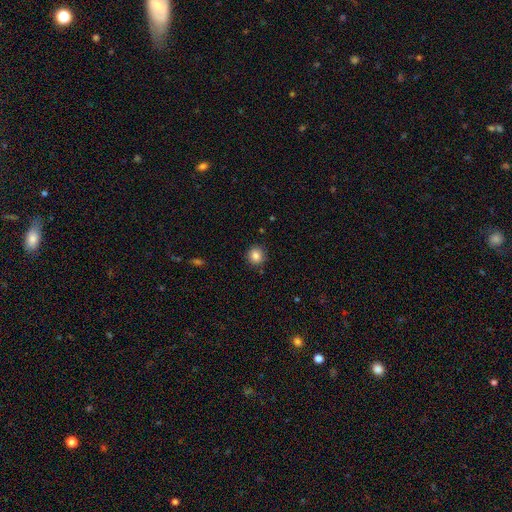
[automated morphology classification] type=smooth (83%); roundness=round (91%); merging=none (89%).